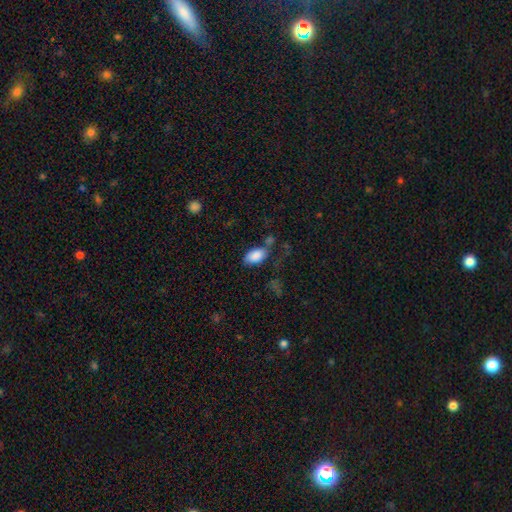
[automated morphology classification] Smooth or featured? Predicted: smooth (p=0.87). How rounded? Predicted: in between (p=0.94). Merging? Predicted: none (p=0.59).